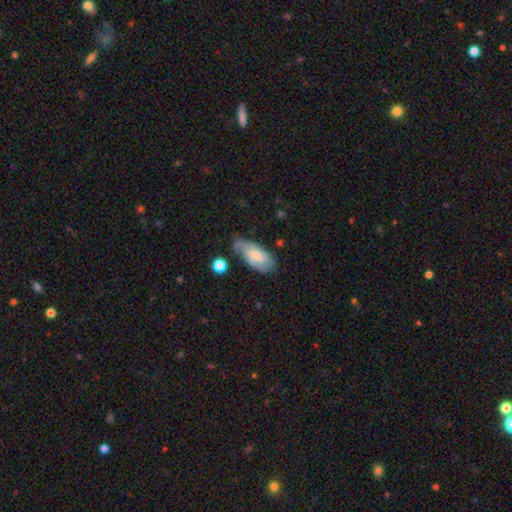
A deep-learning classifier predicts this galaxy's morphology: A featured or disk galaxy (47%).

Vote fractions:
- Smooth or featured? featured or disk: 47% / smooth: 46% / star or artifact: 6%
- Merging? none: 55% / minor disturbance: 31% / major disturbance: 10% / merger: 4%